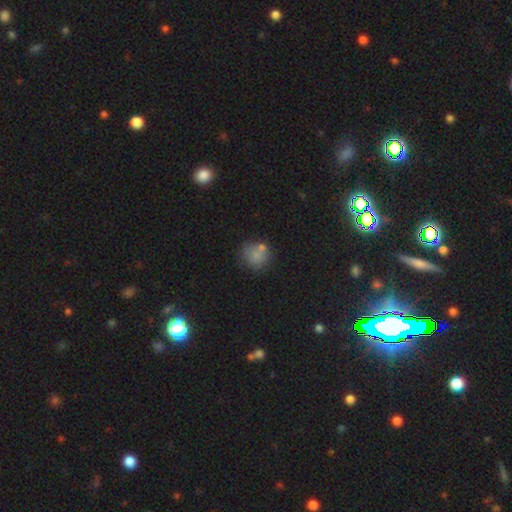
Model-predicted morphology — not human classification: The model was most divided on "merging": none: 59%, merger: 19%, minor disturbance: 16%, major disturbance: 7%. More confident: how rounded — round (86%); smooth or featured — smooth (74%).